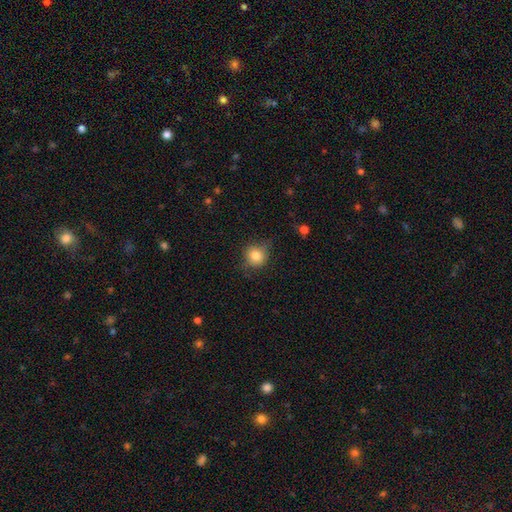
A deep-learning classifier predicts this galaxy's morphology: This appears to be a smooth galaxy with no disk features (78%) that is round (85%). Merging: none (70%).